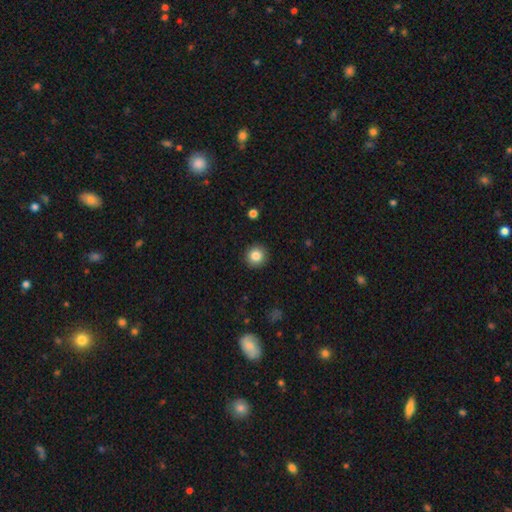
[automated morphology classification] Overall: smooth (85%). How rounded: round (93%). Merging: none (92%).